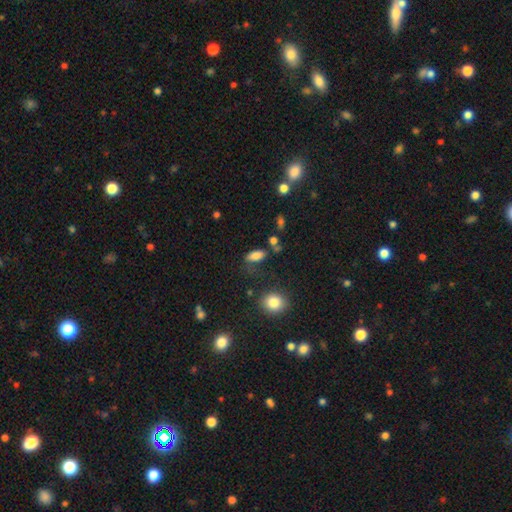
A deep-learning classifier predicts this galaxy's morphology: Q: Smooth or featured?
A: smooth (81%); runner-up: star or artifact (11%)
Q: How rounded?
A: in between (86%); runner-up: cigar-shaped (9%)
Q: Merging?
A: none (58%); runner-up: minor disturbance (22%)